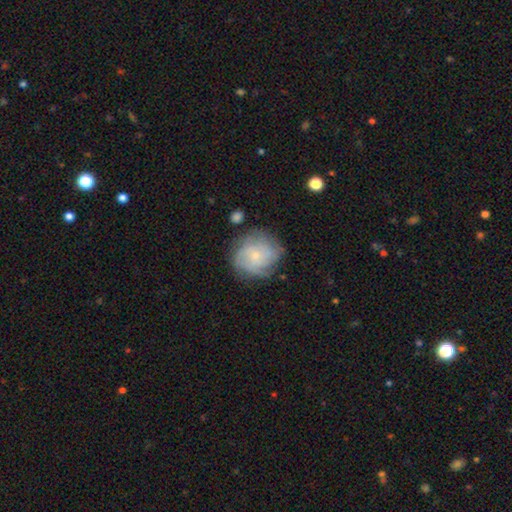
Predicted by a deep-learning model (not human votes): Smooth or featured? Predicted: featured or disk (p=0.63). Edge-on disk? Predicted: no (p=0.98). Bar? Predicted: no (p=0.80). Spiral arms? Predicted: yes (p=0.87). Spiral winding? Predicted: tight (p=0.57). Spiral arm count? Predicted: can't tell (p=0.39). Bulge size? Predicted: small (p=0.78). Merging? Predicted: none (p=0.70).